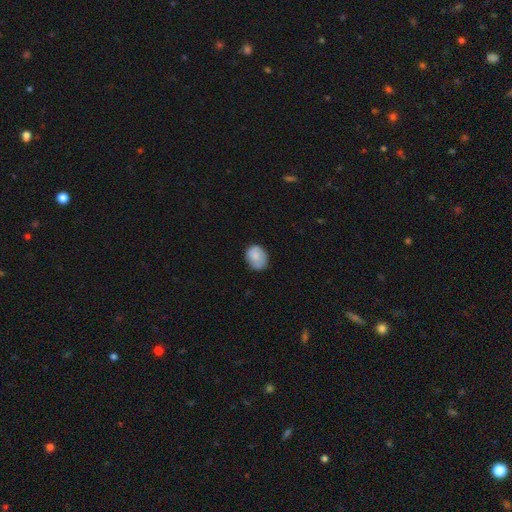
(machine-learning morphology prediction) This is likely a smooth galaxy (79%). How rounded: possibly in between (53%). Merging: likely none (68%).